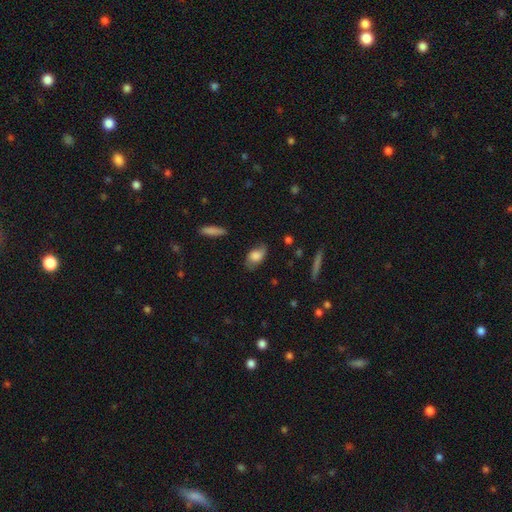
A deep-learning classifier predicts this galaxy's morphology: This appears to be a smooth galaxy with no disk features (63%) that is in between round and cigar-shaped (87%). Merging: none (67%).